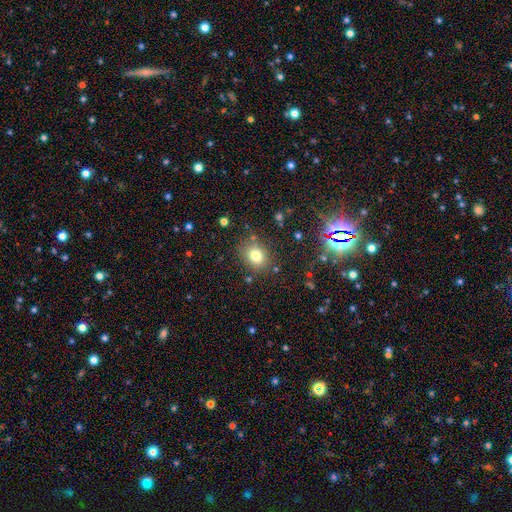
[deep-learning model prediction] This is likely a smooth galaxy (76%). How rounded: likely round (61%). Merging: clearly none (81%).